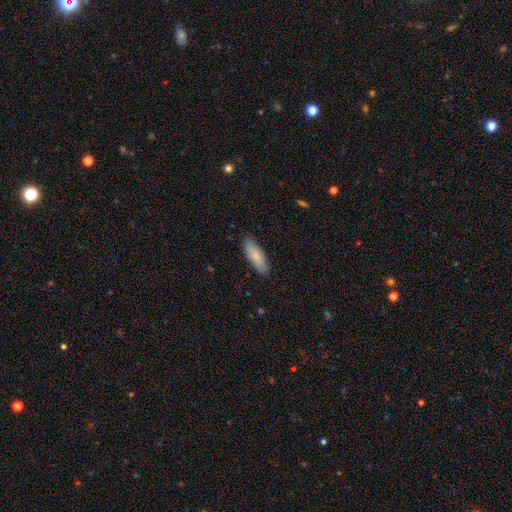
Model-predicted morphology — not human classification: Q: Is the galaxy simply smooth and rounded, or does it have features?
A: smooth — 80%.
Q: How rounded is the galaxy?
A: in between — 61%.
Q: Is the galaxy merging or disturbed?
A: none — 86%.